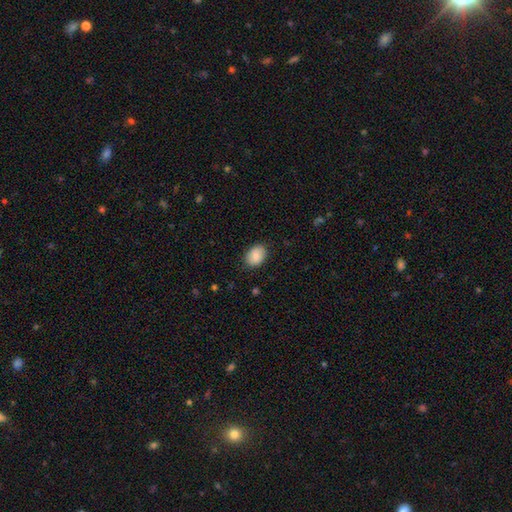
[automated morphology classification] smooth_or_featured: smooth (p=0.85) [alt: featured or disk p=0.08]
how_rounded: in between (p=0.77) [alt: round p=0.22]
merging: none (p=0.85) [alt: minor disturbance p=0.11]